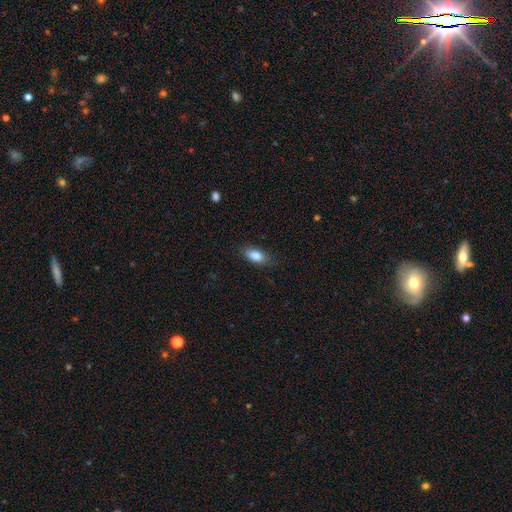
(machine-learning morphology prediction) smooth_or_featured: smooth (p=0.84) [alt: featured or disk p=0.09]
how_rounded: in between (p=0.86) [alt: cigar-shaped p=0.10]
merging: none (p=0.82) [alt: minor disturbance p=0.14]